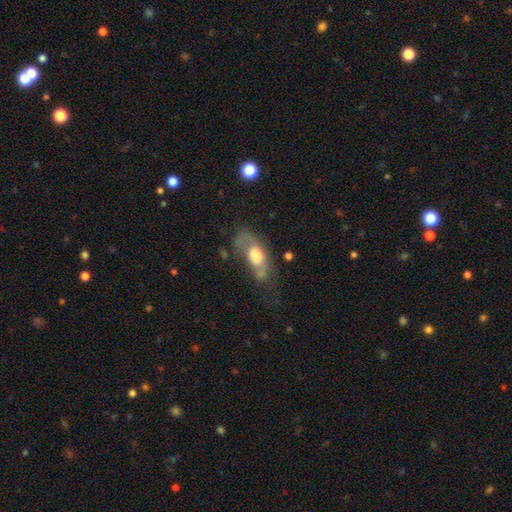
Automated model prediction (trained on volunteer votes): The model was most divided on "smooth or featured": featured or disk: 47%, smooth: 46%, star or artifact: 8%. Remaining: merging — none (35%).